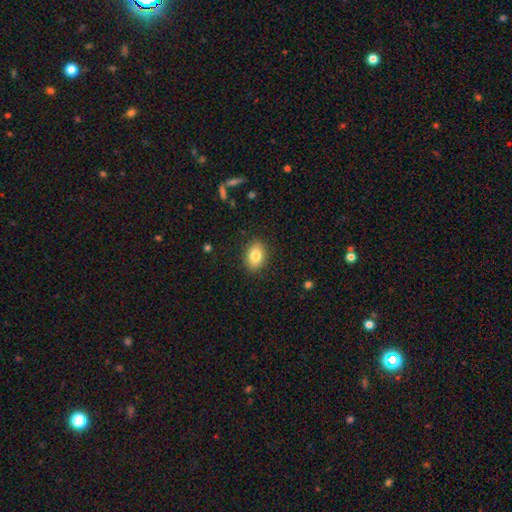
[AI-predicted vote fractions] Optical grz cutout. It shows a smooth galaxy with no disk features (81%) that is in between round and cigar-shaped (77%). Merging: none (88%).